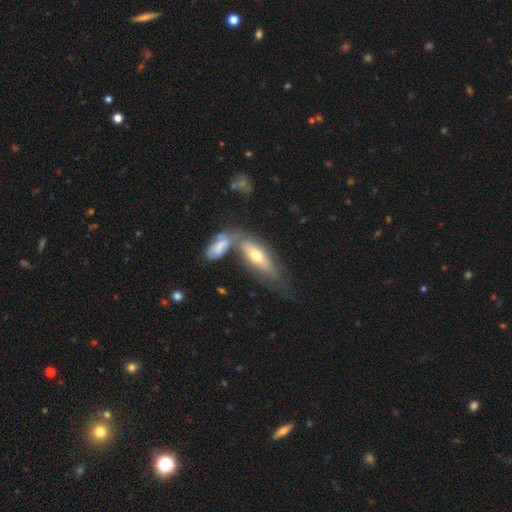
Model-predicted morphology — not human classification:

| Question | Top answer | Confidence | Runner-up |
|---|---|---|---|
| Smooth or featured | smooth | 53% | featured or disk (41%) |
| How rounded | in between | 59% | cigar-shaped (39%) |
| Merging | none | 38% | merger (35%) |